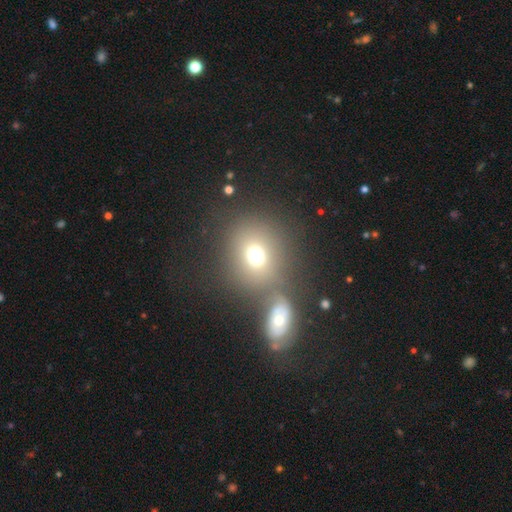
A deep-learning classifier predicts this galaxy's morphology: Smooth or featured? Predicted: smooth (p=0.71). How rounded? Predicted: round (p=0.73). Merging? Predicted: none (p=0.55).